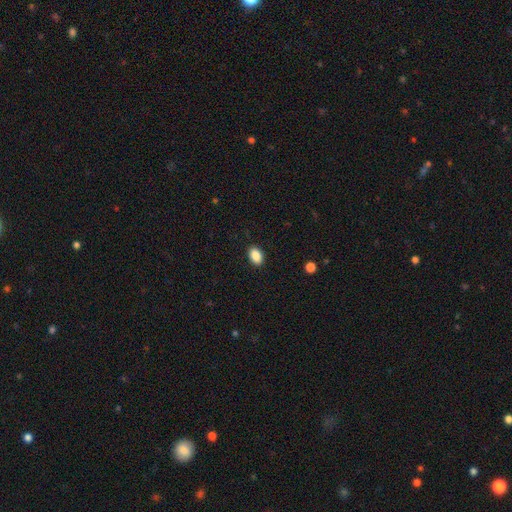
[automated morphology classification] This is clearly a smooth galaxy (88%). How rounded: clearly in between (88%). Merging: clearly none (90%).